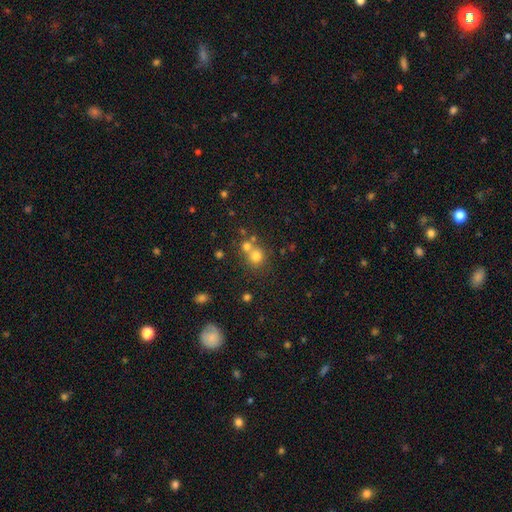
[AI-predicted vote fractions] The model was most divided on "merging": none: 51%, merger: 39%, minor disturbance: 7%, major disturbance: 3%. More confident: how rounded — round (87%); smooth or featured — smooth (73%).